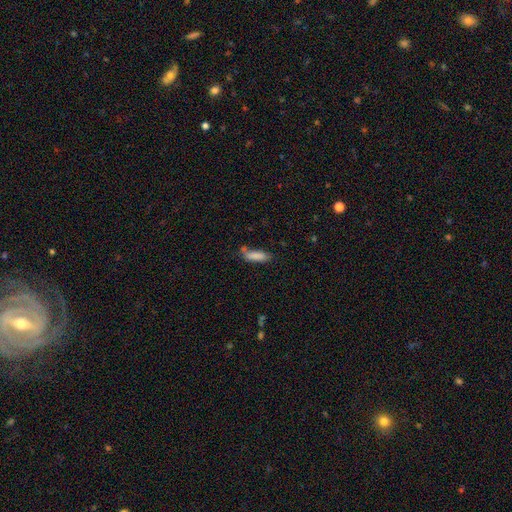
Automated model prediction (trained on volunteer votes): A smooth galaxy with no disk features (82%) that is cigar-shaped (49%, tied with in between). Merging: none (52%).